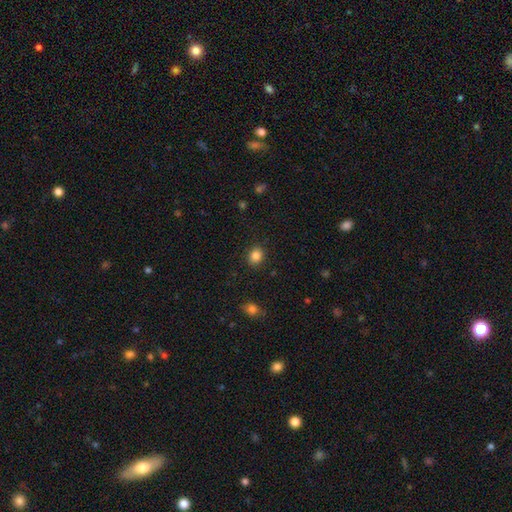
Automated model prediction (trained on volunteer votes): Smooth or featured: smooth — 85% (star or artifact — 11%)
How rounded: round — 64% (in between — 35%)
Merging: none — 89% (minor disturbance — 7%)